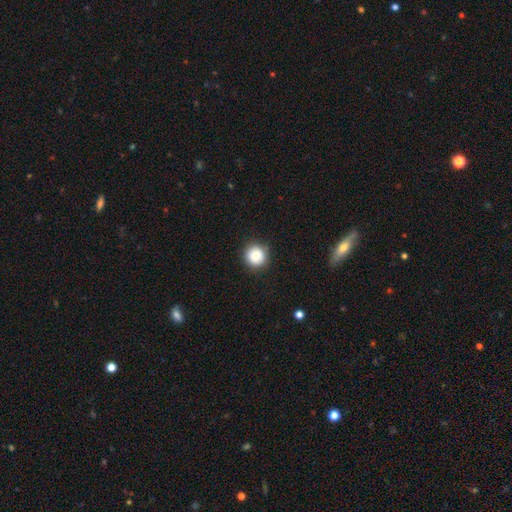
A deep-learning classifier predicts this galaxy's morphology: Q: Smooth or featured?
A: smooth (83%); runner-up: star or artifact (10%)
Q: How rounded?
A: round (93%); runner-up: in between (6%)
Q: Merging?
A: none (89%); runner-up: minor disturbance (8%)